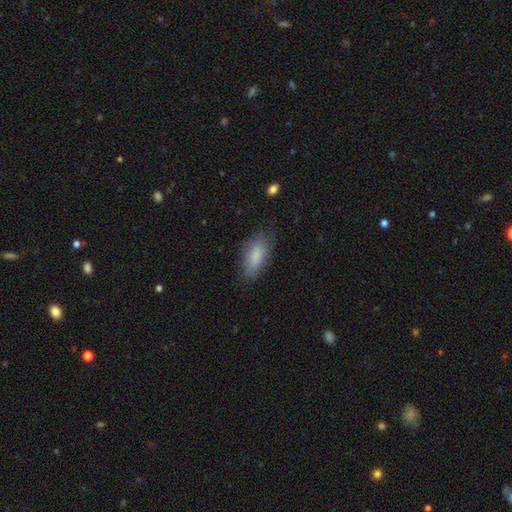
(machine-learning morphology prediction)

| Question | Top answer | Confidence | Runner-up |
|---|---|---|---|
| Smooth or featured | smooth | 84% | featured or disk (10%) |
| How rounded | in between | 85% | cigar-shaped (12%) |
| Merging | none | 77% | minor disturbance (18%) |